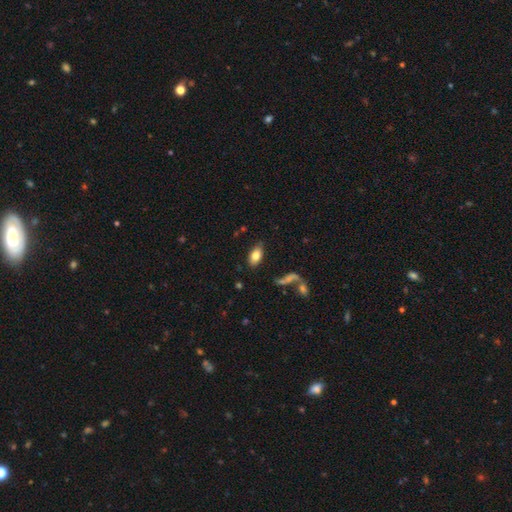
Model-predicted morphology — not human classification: Smooth or featured?
  - smooth: 78% *
  - featured or disk: 15%
  - star or artifact: 8%
How rounded?
  - in between: 92% *
  - round: 5%
  - cigar-shaped: 4%
Merging?
  - none: 80% *
  - minor disturbance: 11%
  - major disturbance: 4%
  - merger: 4%